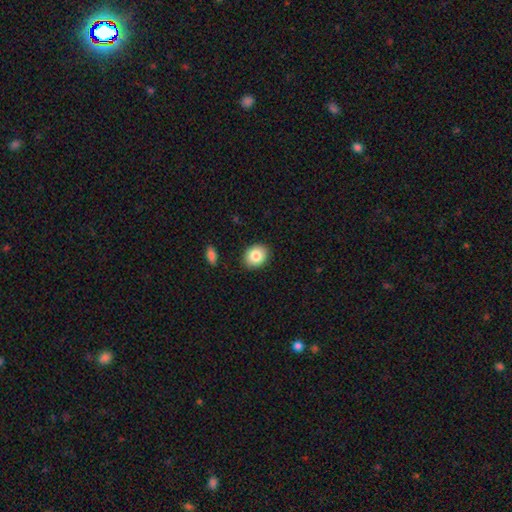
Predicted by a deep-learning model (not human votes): This is clearly a smooth galaxy (85%). How rounded: possibly round (57%). Merging: clearly none (89%).